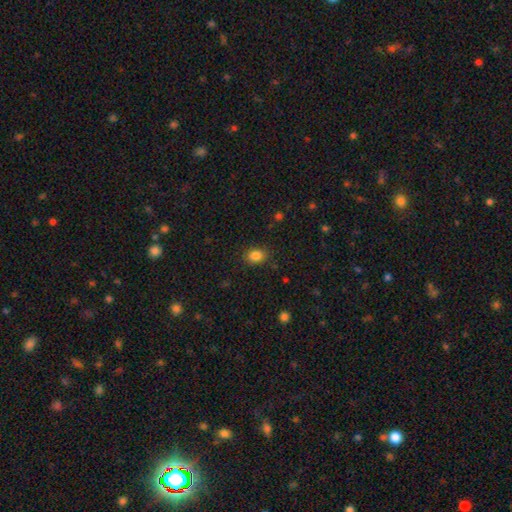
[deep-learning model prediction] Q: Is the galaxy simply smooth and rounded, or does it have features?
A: smooth — 84%.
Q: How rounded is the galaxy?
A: in between — 56%.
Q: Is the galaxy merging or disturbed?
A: none — 84%.